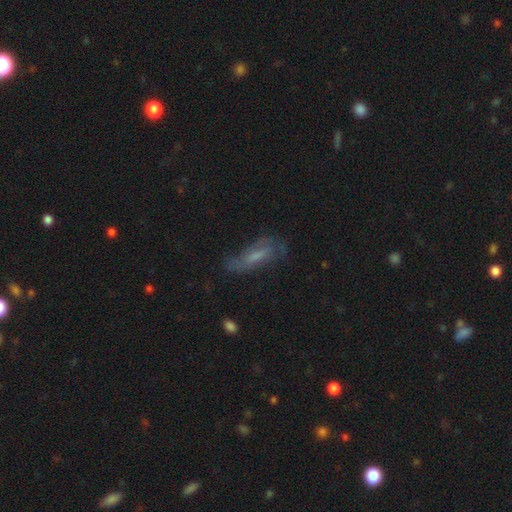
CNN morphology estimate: This is marginally a featured or disk galaxy (45%). Merging: possibly none (60%).